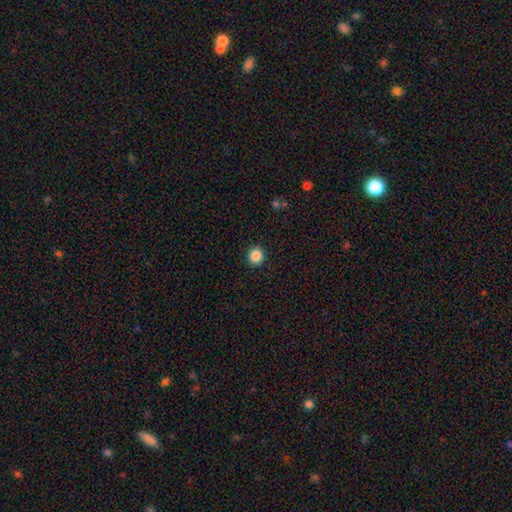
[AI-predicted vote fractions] A smooth galaxy with no disk features (87%) that is round (90%). Merging: none (92%).